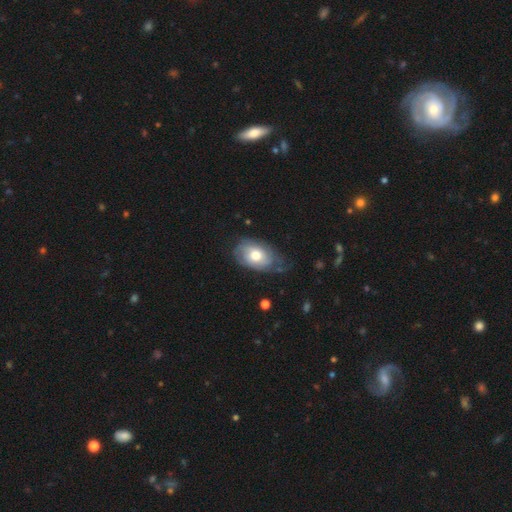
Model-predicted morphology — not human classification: Smooth or featured?
  - featured or disk: 55% *
  - smooth: 39%
  - star or artifact: 6%
Edge-on disk?
  - no: 94% *
  - yes: 6%
Bar?
  - no: 81% *
  - weak: 16%
  - strong: 3%
Spiral arms?
  - yes: 74% *
  - no: 26%
Bulge size?
  - moderate: 67% *
  - large: 21%
  - small: 9%
  - dominant: 1%
  - none: 1%
Merging?
  - none: 55% *
  - minor disturbance: 31%
  - major disturbance: 13%
  - merger: 2%